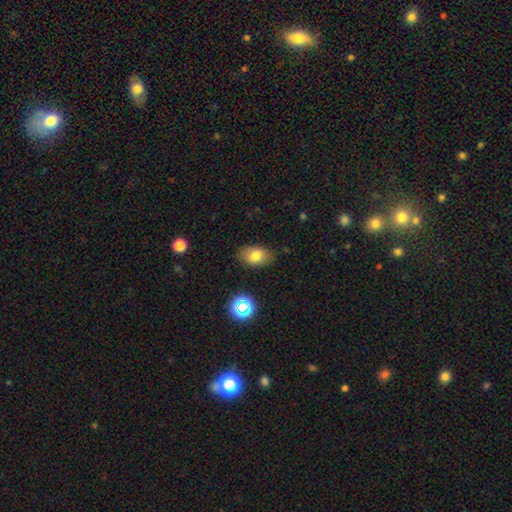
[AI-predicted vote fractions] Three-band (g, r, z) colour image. It shows a smooth galaxy with no disk features (78%) that is in between round and cigar-shaped (86%). Merging: none (83%).